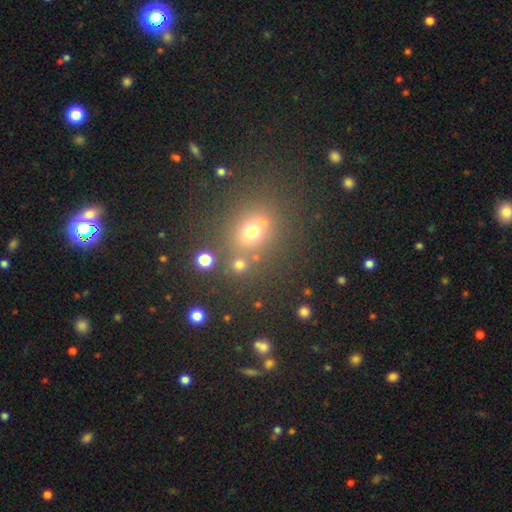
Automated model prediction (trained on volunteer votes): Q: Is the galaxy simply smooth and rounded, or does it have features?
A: smooth — 49%.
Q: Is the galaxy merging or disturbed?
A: none — 74%.